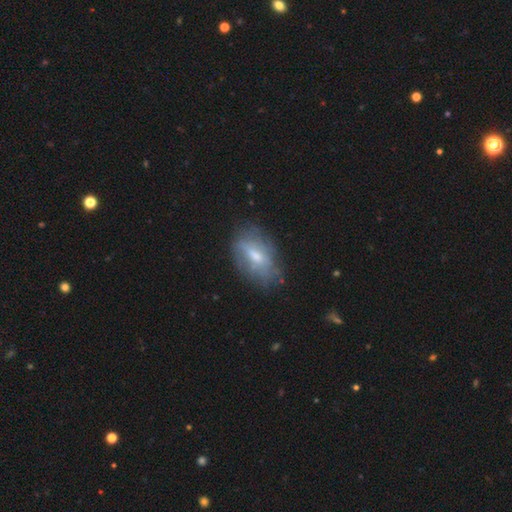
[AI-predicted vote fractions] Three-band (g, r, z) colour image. It shows a smooth galaxy with no disk features (47%). Merging: none (64%).